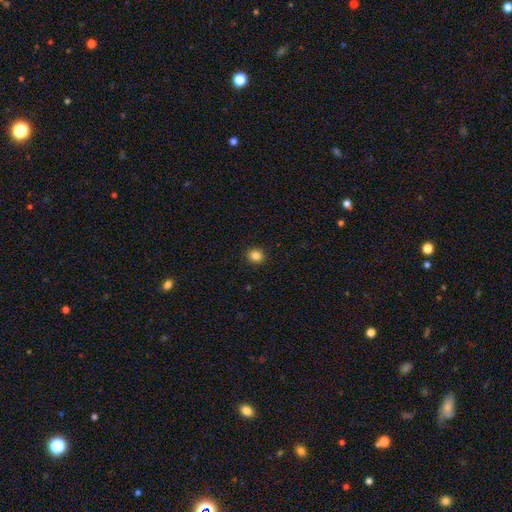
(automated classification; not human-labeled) smooth 85%, star or artifact 11%, featured or disk 4%. Down the decision tree: how rounded — round (79%); merging — none (91%).